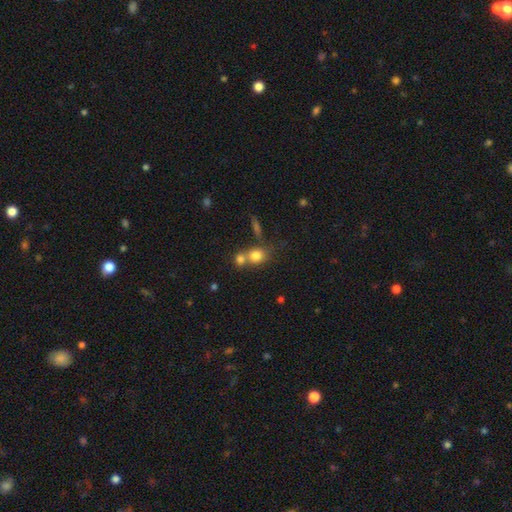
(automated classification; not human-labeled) Smooth or featured? smooth (78%)
How rounded? round (69%)
Merging? merger (48%)